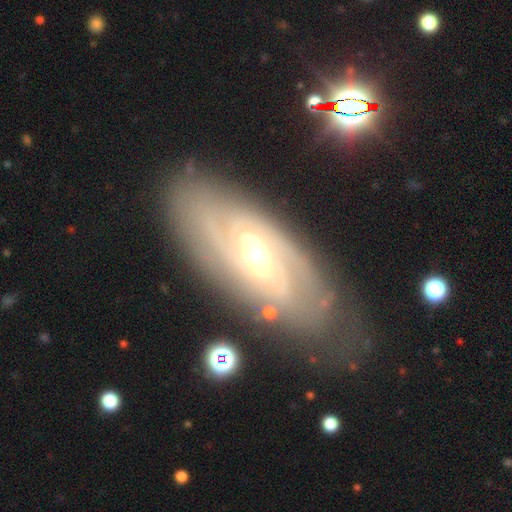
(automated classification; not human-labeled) smooth-or-featured: featured or disk: 84% | smooth: 10% | star or artifact: 6%
  disk-edge-on: no: 91% | yes: 9%
    bar: weak: 43% | no: 34% | strong: 23%
    has-spiral-arms: yes: 93% | no: 7%
      spiral-winding: tight: 65% | medium: 28% | loose: 7%
      spiral-arm-count: 2: 38% | can't tell: 33% | 3: 15% | 4: 6% | more than 4: 4% | 1: 4%
    bulge-size: moderate: 65% | small: 27% | large: 6% | none: 1% | dominant: 1%
  merging: none: 78% | minor disturbance: 15% | major disturbance: 5% | merger: 2%